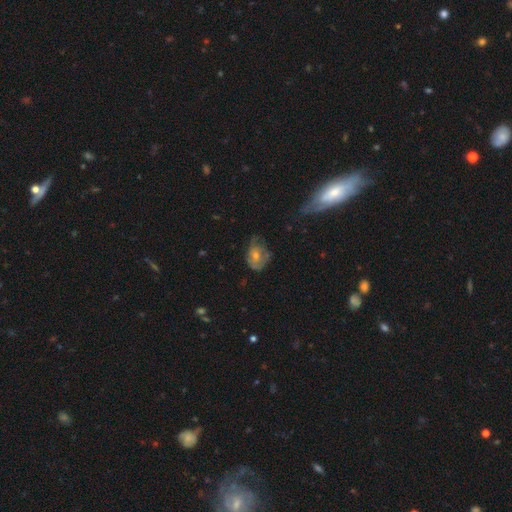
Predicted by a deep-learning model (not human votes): smooth-or-featured: featured or disk: 51% | smooth: 38% | star or artifact: 12%
  disk-edge-on: no: 95% | yes: 5%
  merging: none: 47% | minor disturbance: 31% | major disturbance: 20% | merger: 3%